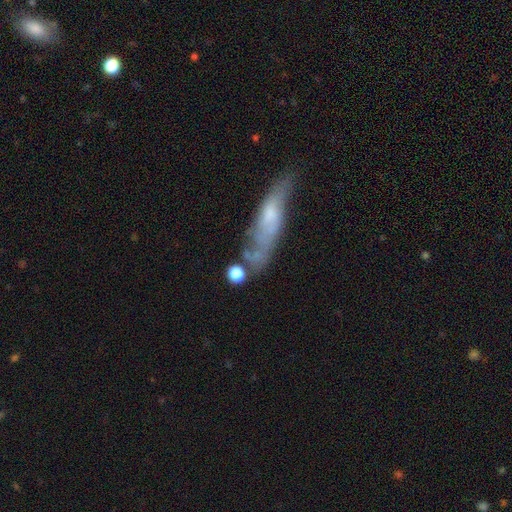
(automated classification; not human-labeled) The model was most divided on "how rounded": in between: 38%, cigar-shaped: 34%, round: 28%. More confident: smooth or featured — smooth (59%); merging — none (51%).